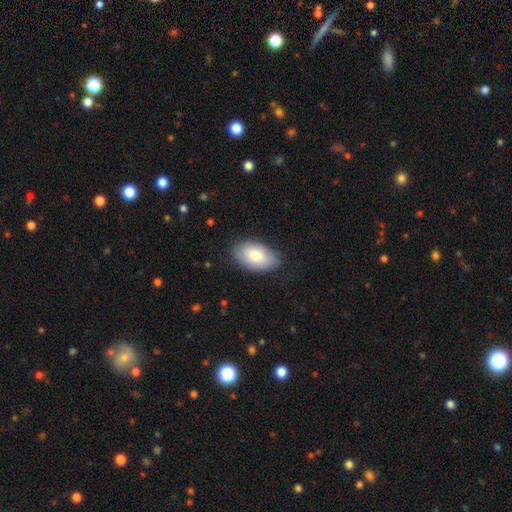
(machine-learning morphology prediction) This is clearly a smooth galaxy (81%). How rounded: clearly in between (95%). Merging: likely none (77%).